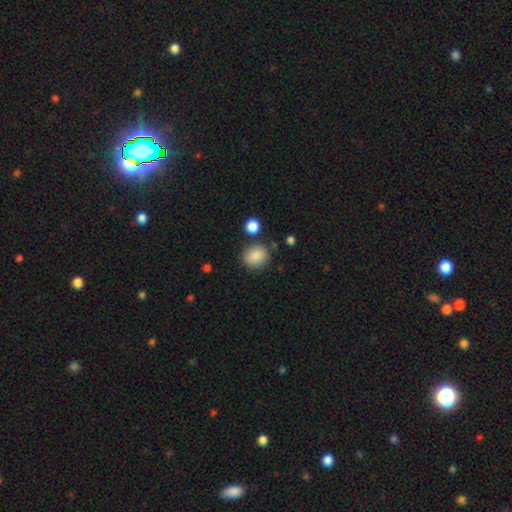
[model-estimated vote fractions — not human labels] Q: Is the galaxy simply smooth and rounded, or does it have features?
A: smooth — 88%.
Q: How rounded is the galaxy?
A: round — 72%.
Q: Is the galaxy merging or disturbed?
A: none — 81%.